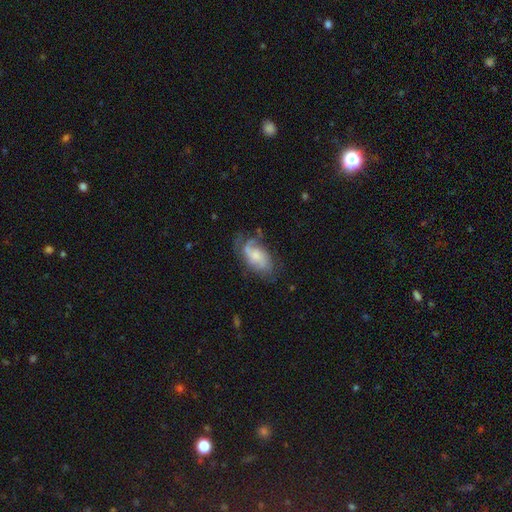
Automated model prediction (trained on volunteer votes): featured or disk 67%, smooth 26%, star or artifact 7%. Down the decision tree: edge-on disk — no (96%); bar — no (65%); spiral arms — yes (88%); spiral arm count — 2 (44%); spiral winding — medium (43%); bulge size — small (41%); merging — none (53%).